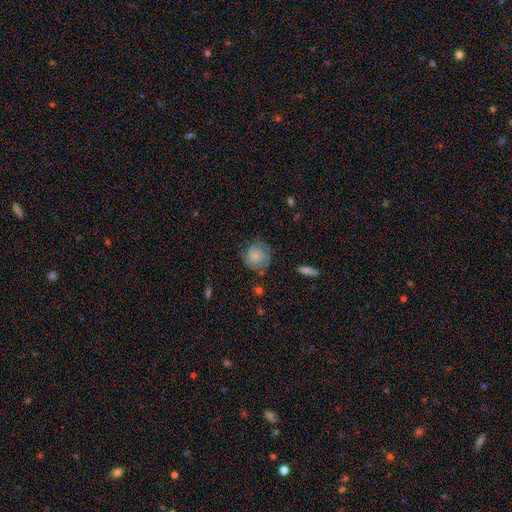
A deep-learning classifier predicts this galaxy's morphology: Smooth or featured: smooth — 53% (featured or disk — 39%)
How rounded: round — 85% (in between — 14%)
Merging: none — 67% (minor disturbance — 21%)